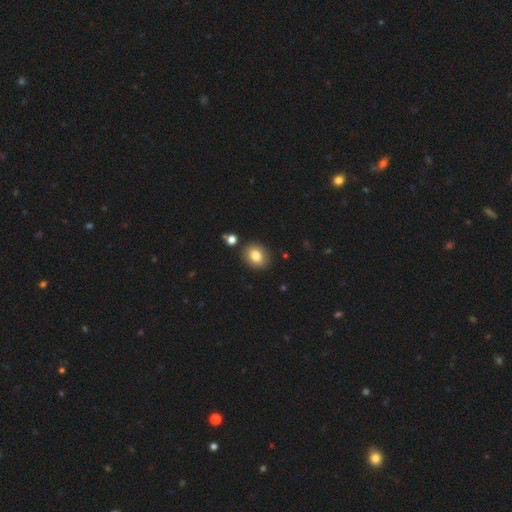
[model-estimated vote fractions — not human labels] Overall: smooth (82%). How rounded: in between (51%; round 48%). Merging: none (86%).